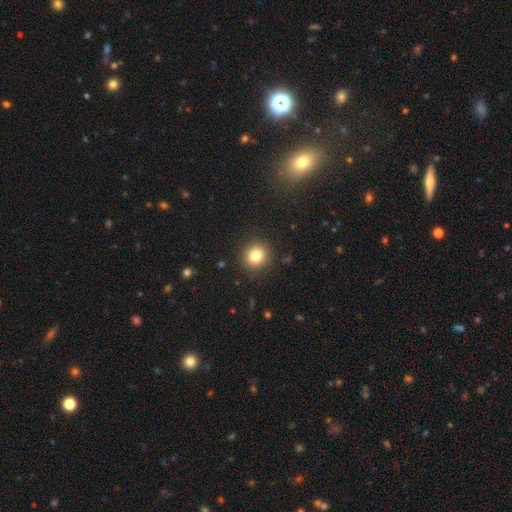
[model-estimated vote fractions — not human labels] smooth-or-featured: smooth: 81% | star or artifact: 12% | featured or disk: 7%
  how-rounded: round: 89% | in between: 10% | cigar-shaped: 1%
  merging: none: 90% | minor disturbance: 7% | major disturbance: 3% | merger: 1%